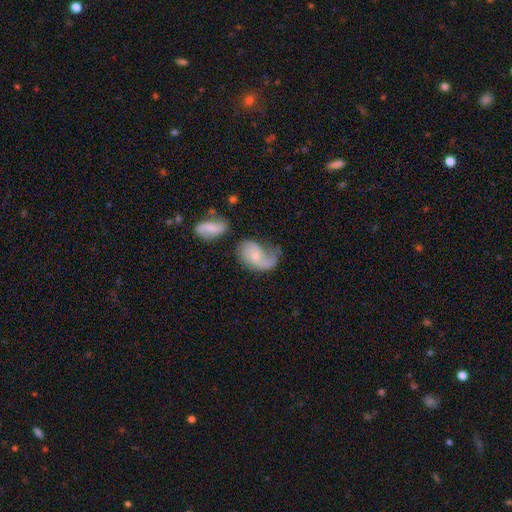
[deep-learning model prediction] Smooth or featured?
  - featured or disk: 68% *
  - smooth: 25%
  - star or artifact: 7%
Edge-on disk?
  - no: 97% *
  - yes: 3%
Bar?
  - no: 63% *
  - weak: 31%
  - strong: 6%
Spiral arms?
  - yes: 89% *
  - no: 11%
Spiral winding?
  - loose: 53% *
  - medium: 34%
  - tight: 13%
Spiral arm count?
  - 2: 55% *
  - 1: 33%
  - can't tell: 8%
  - 3: 2%
  - 4: 1%
  - more than 4: 1%
Bulge size?
  - small: 63% *
  - moderate: 28%
  - none: 7%
  - large: 2%
  - dominant: 1%
Merging?
  - none: 36% *
  - minor disturbance: 27%
  - major disturbance: 25%
  - merger: 12%